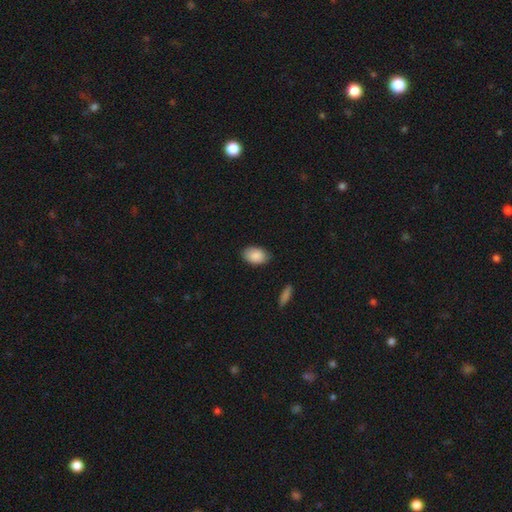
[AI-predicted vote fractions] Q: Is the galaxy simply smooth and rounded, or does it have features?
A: smooth — 88%.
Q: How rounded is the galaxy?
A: in between — 88%.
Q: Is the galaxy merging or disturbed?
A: none — 81%.